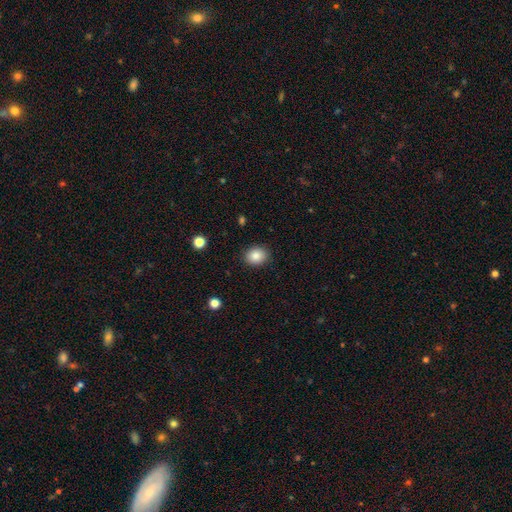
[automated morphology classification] Overall: smooth (85%). How rounded: round (61%; in between 38%). Merging: none (89%).